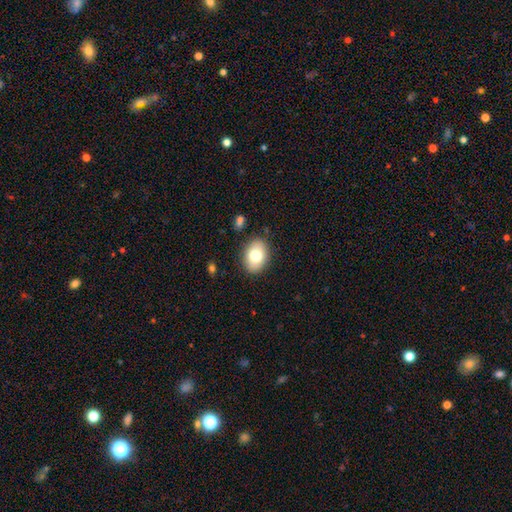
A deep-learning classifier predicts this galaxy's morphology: type=smooth (76%); roundness=in between (79%); merging=none (86%).